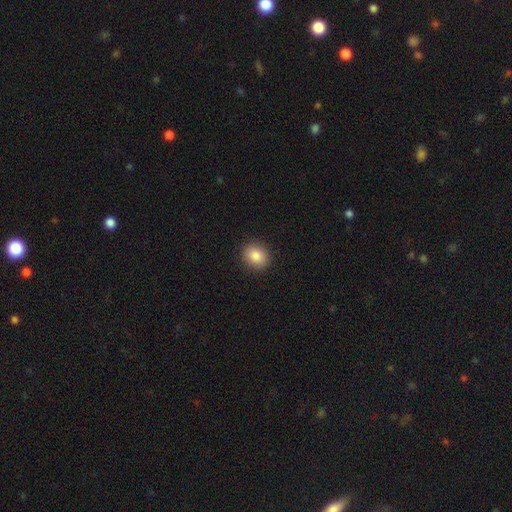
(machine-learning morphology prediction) smooth 86%, star or artifact 9%, featured or disk 5%. Down the decision tree: how rounded — round (66%); merging — none (90%).